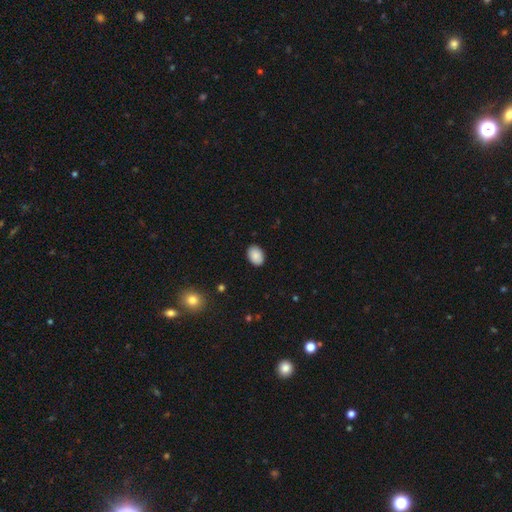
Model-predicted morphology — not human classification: Smooth or featured?
  - smooth: 88% *
  - star or artifact: 8%
  - featured or disk: 4%
How rounded?
  - in between: 80% *
  - round: 19%
  - cigar-shaped: 1%
Merging?
  - none: 88% *
  - minor disturbance: 9%
  - major disturbance: 2%
  - merger: 1%